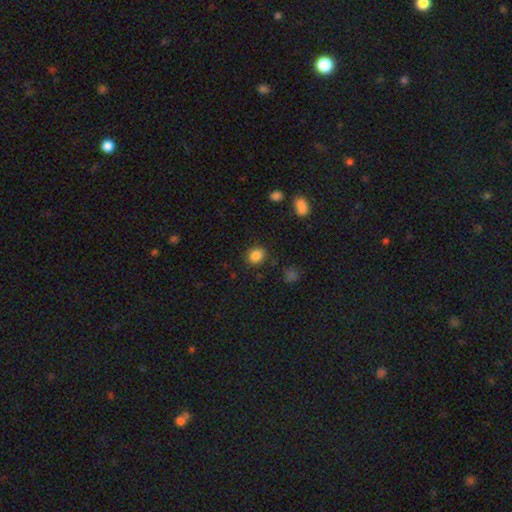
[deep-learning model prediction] Overall: smooth (85%). How rounded: round (66%; in between 33%). Merging: none (87%).